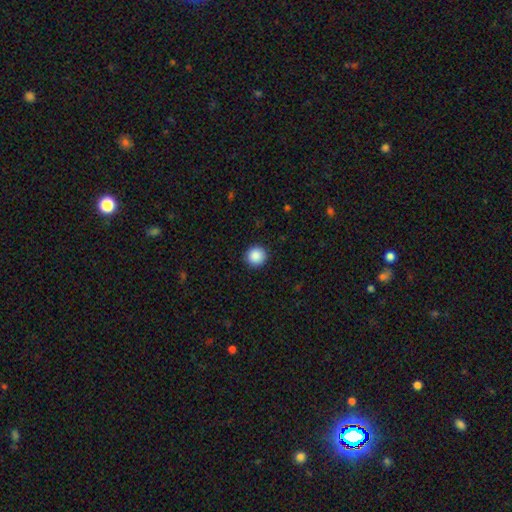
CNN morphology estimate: Smooth or featured? smooth (89%)
How rounded? round (95%)
Merging? none (92%)